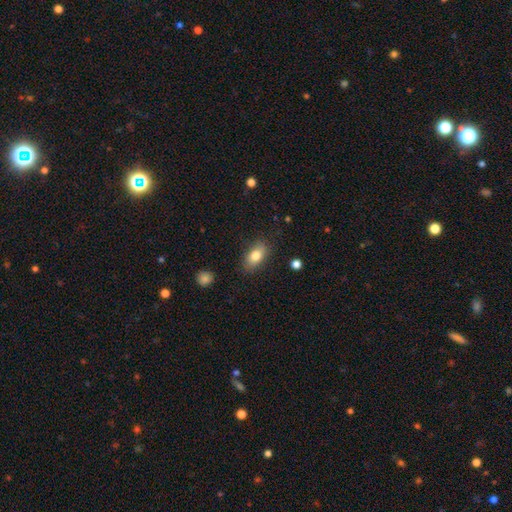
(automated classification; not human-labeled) Morphology: type=smooth (79%); roundness=in between (87%); merging=none (83%).